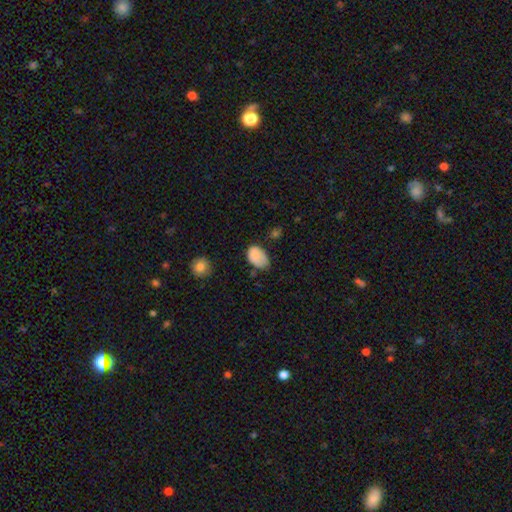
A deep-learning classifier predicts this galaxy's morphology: This appears to be a smooth galaxy with no disk features (81%) that is in between round and cigar-shaped (85%). Merging: none (45%).